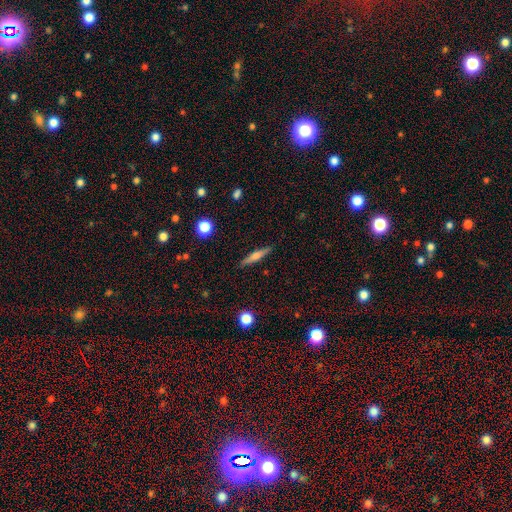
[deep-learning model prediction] Smooth or featured? featured or disk (50%)
Edge-on disk? yes (96%)
Merging? none (89%)